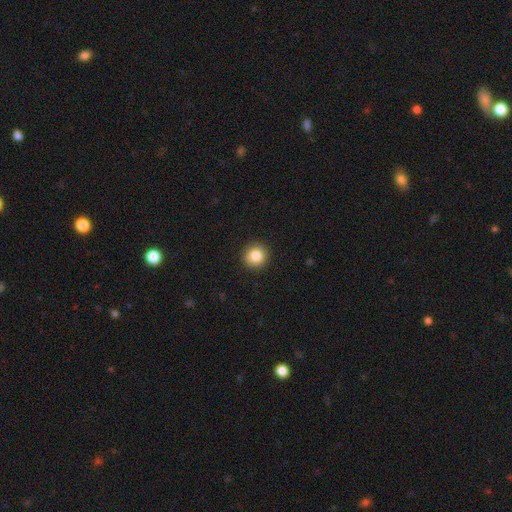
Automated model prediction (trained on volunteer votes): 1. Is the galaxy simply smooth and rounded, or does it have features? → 85% smooth, 10% star or artifact, 5% featured or disk.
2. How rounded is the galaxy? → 93% round, 6% in between, 1% cigar-shaped.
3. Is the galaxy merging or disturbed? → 92% none, 5% minor disturbance, 2% major disturbance, 1% merger.